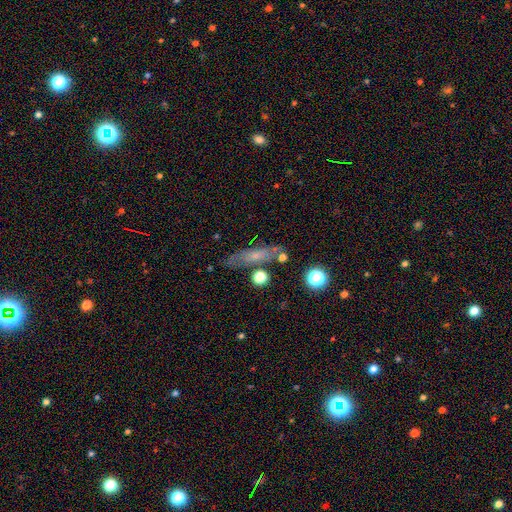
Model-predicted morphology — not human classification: A smooth galaxy with no disk features (53%) that is cigar-shaped (61%). Merging: none (71%).